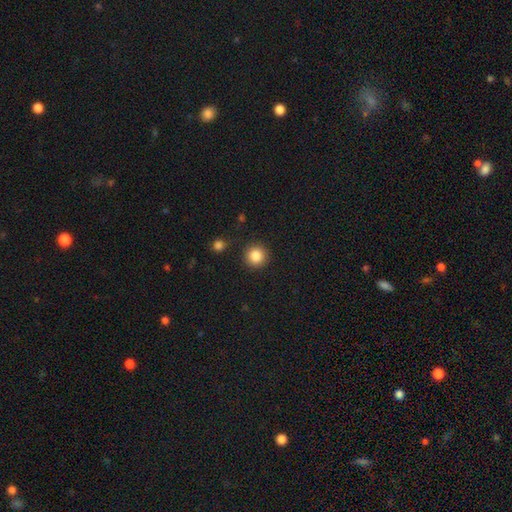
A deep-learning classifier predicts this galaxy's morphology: This appears to be a smooth galaxy with no disk features (86%) that is round (94%). Merging: none (89%).